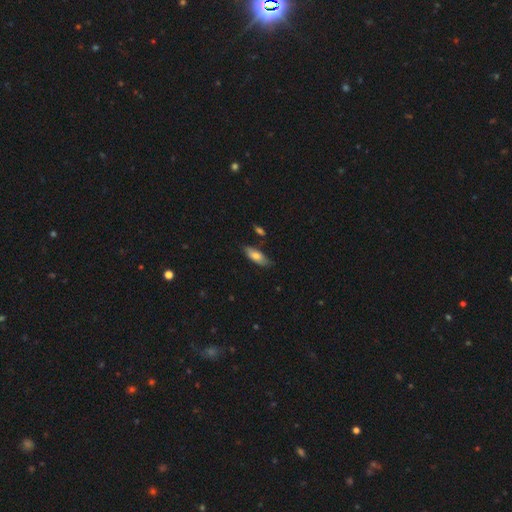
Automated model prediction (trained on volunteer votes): Smooth or featured? smooth (70%)
How rounded? in between (69%)
Merging? none (75%)